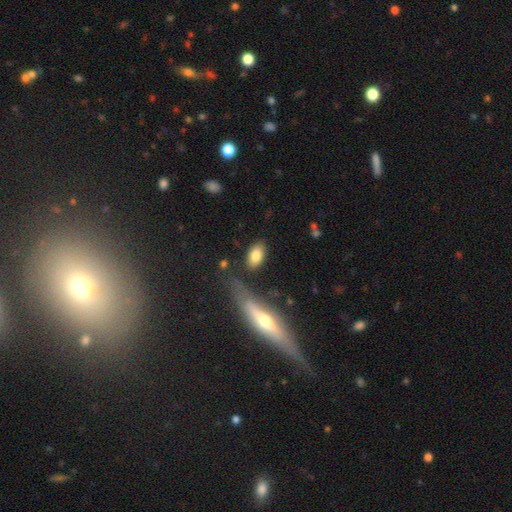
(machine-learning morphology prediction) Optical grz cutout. It shows a smooth galaxy with no disk features (82%) that is in between round and cigar-shaped (90%). Merging: none (80%).